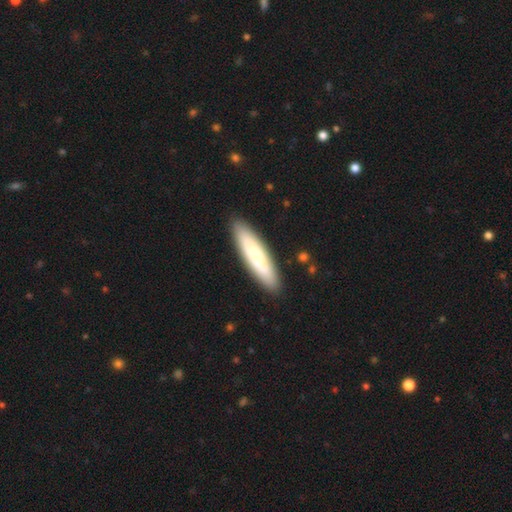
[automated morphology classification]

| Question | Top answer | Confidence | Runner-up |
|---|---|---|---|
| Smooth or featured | smooth | 75% | featured or disk (20%) |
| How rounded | cigar-shaped | 78% | in between (21%) |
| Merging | none | 89% | minor disturbance (8%) |